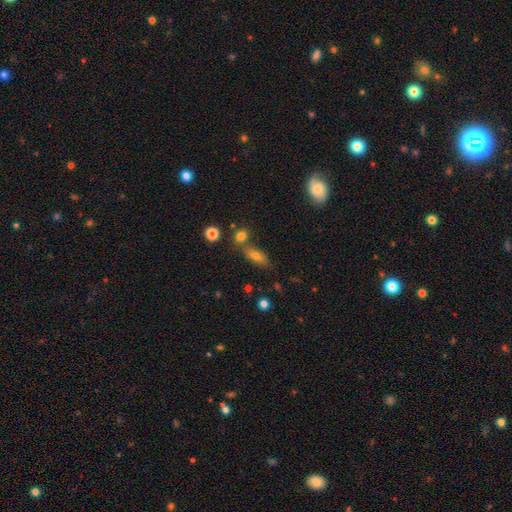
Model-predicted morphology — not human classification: The model was most divided on "merging": none: 61%, merger: 22%, minor disturbance: 13%, major disturbance: 4%. More confident: how rounded — in between (73%); smooth or featured — smooth (69%).